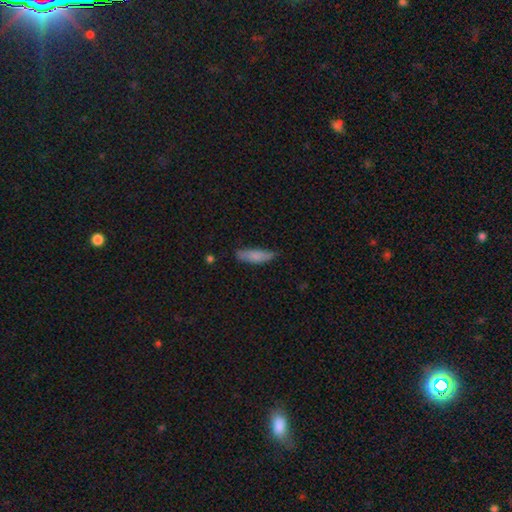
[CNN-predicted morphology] A smooth galaxy with no disk features (80%) that is cigar-shaped (58%).

Vote fractions:
- Smooth or featured? smooth: 80% / featured or disk: 14% / star or artifact: 6%
- How rounded? cigar-shaped: 58% / in between: 40% / round: 2%
- Merging? none: 72% / minor disturbance: 22% / major disturbance: 4% / merger: 2%